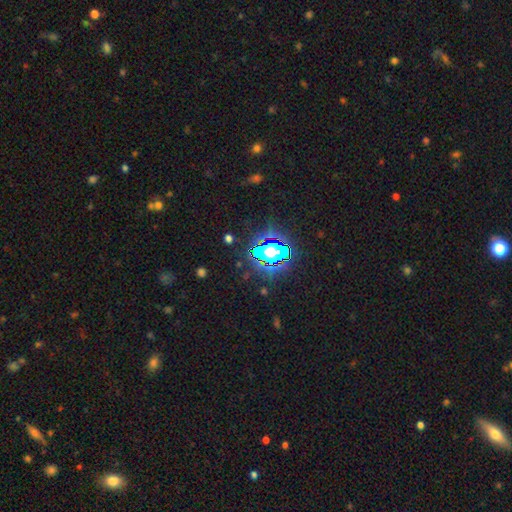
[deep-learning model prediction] The model was most divided on "smooth or featured": star or artifact: 81%, smooth: 11%, featured or disk: 8%.